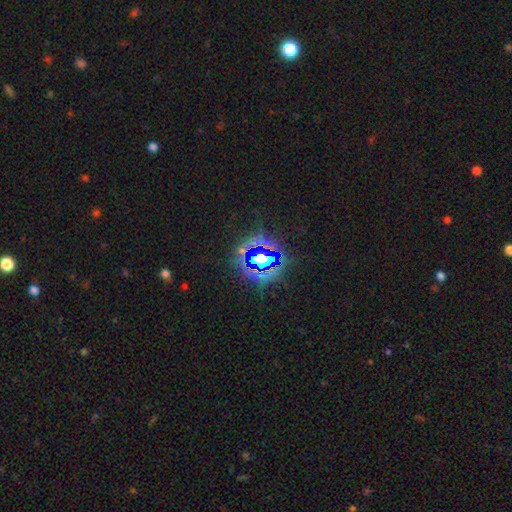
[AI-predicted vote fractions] smooth_or_featured: star or artifact (p=0.80) [alt: smooth p=0.12]